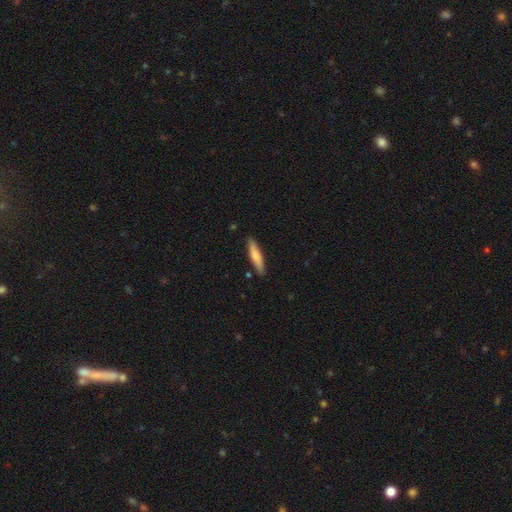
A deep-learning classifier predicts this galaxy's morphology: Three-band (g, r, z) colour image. It shows a smooth galaxy with no disk features (68%) that is cigar-shaped (83%). Merging: none (87%).